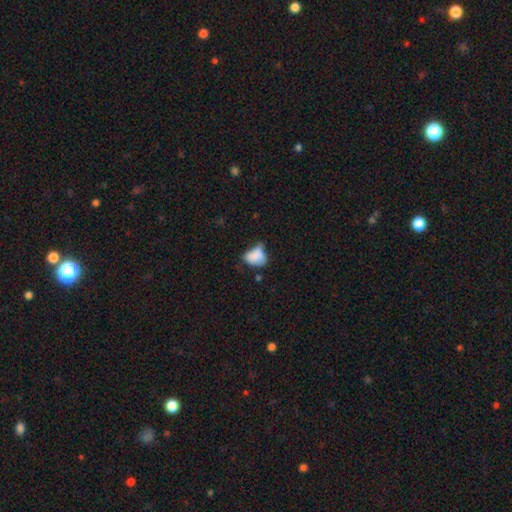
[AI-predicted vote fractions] Smooth or featured?
  - smooth: 76% *
  - featured or disk: 13%
  - star or artifact: 10%
How rounded?
  - in between: 81% *
  - round: 17%
  - cigar-shaped: 2%
Merging?
  - minor disturbance: 36% *
  - none: 28%
  - major disturbance: 22%
  - merger: 14%